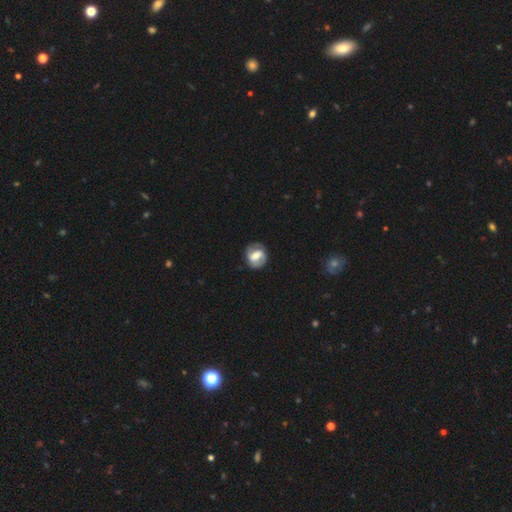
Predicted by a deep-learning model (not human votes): Smooth or featured: featured or disk — 60% (smooth — 34%)
Edge-on disk: no — 96% (yes — 4%)
Bar: strong — 43% (weak — 39%)
Spiral arms: yes — 65% (no — 35%)
Bulge size: moderate — 56% (large — 24%)
Merging: none — 78% (minor disturbance — 15%)